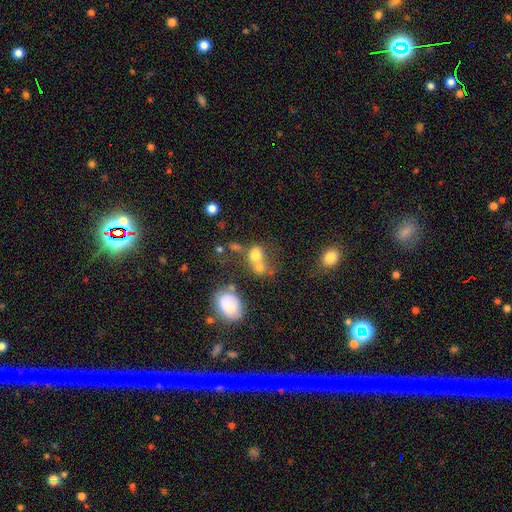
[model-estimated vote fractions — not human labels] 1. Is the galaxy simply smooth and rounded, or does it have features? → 71% smooth, 15% featured or disk, 14% star or artifact.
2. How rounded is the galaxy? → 56% round, 42% in between, 1% cigar-shaped.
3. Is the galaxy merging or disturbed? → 51% merger, 31% none, 10% minor disturbance, 7% major disturbance.